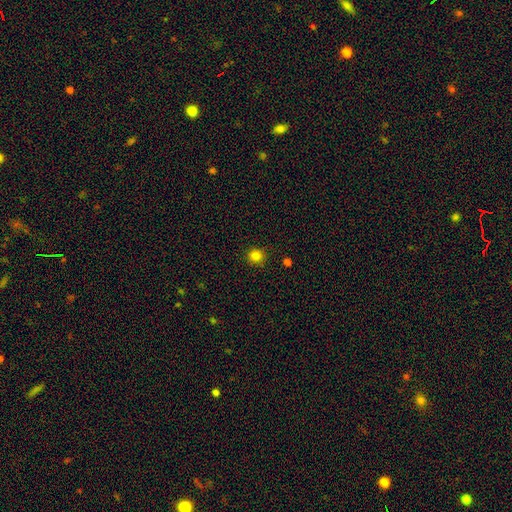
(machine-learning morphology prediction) This is clearly a smooth galaxy (83%). How rounded: clearly round (93%). Merging: clearly none (91%).